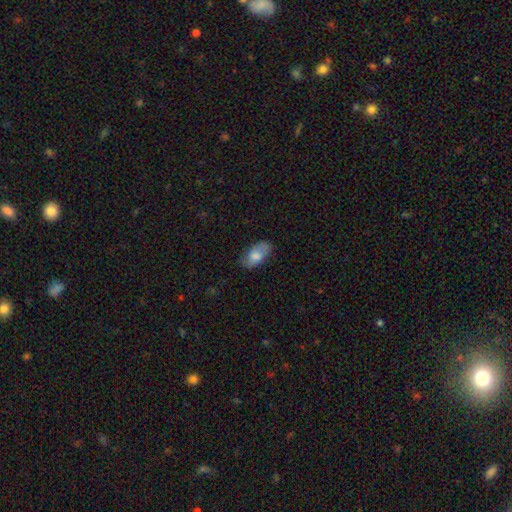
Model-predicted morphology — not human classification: Smooth or featured?
  - smooth: 71% *
  - featured or disk: 22%
  - star or artifact: 7%
How rounded?
  - in between: 93% *
  - round: 4%
  - cigar-shaped: 4%
Merging?
  - none: 73% *
  - minor disturbance: 20%
  - major disturbance: 5%
  - merger: 1%